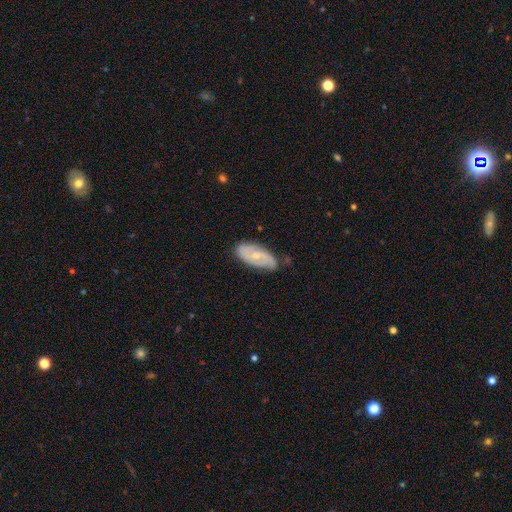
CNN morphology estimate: A featured or disk galaxy (63%) with no bar (64%), spiral arms (84%) and a small central bulge (63%). Merging: none (72%).